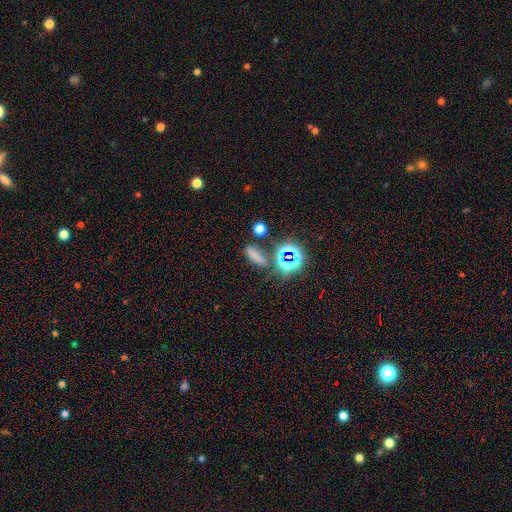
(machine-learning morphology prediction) type=smooth (62%); roundness=in between (46%); merging=none (74%).